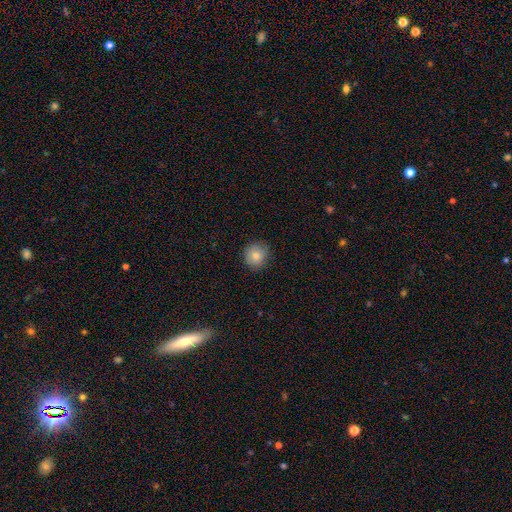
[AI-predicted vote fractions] smooth 79%, featured or disk 11%, star or artifact 10%. Down the decision tree: how rounded — round (87%); merging — none (84%).